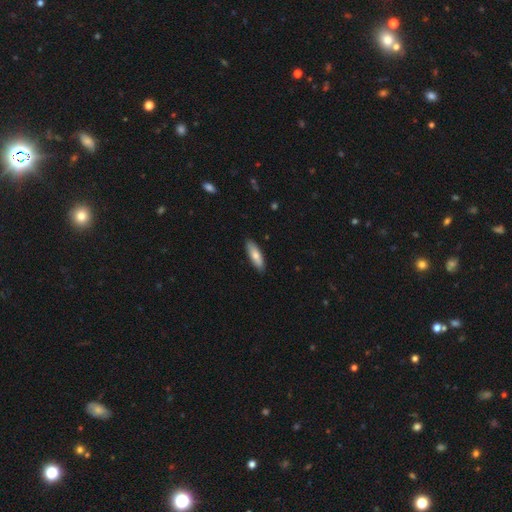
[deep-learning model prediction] Morphology: type=smooth (75%); roundness=in between (49%, tied with cigar-shaped); merging=none (88%).